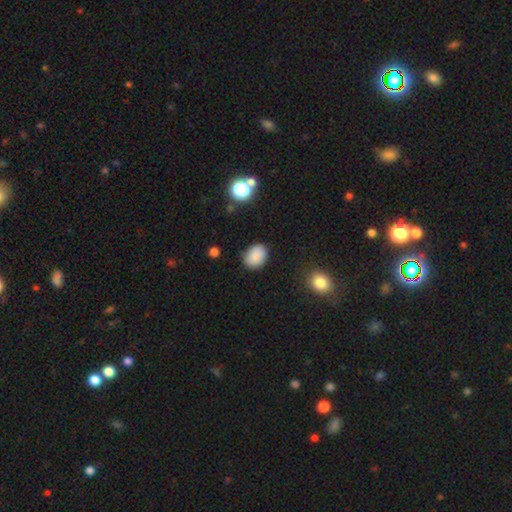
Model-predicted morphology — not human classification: The model was most divided on "how rounded": in between: 62%, round: 37%, cigar-shaped: 1%. More confident: smooth or featured — smooth (86%); merging — none (77%).